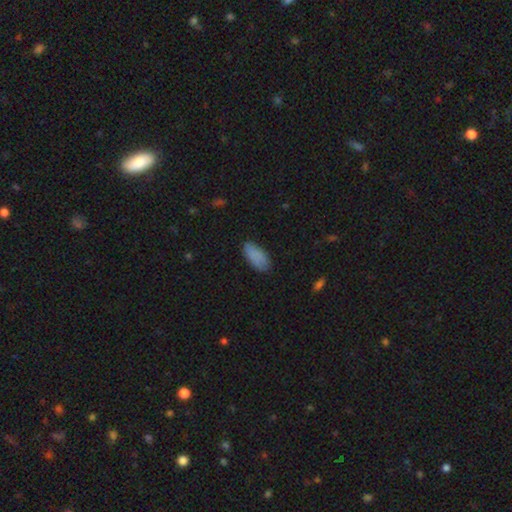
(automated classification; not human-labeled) This is clearly a smooth galaxy (87%). How rounded: clearly in between (90%). Merging: likely none (79%).